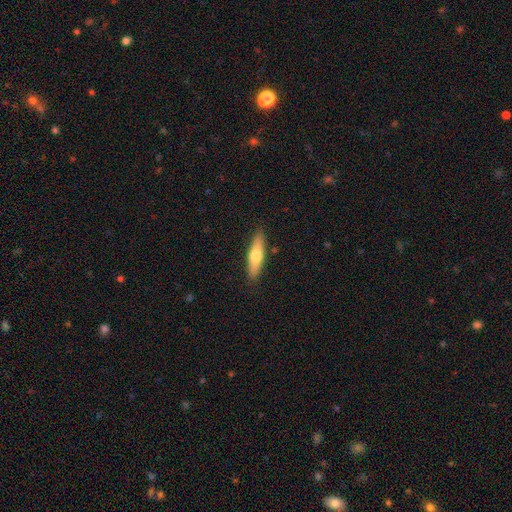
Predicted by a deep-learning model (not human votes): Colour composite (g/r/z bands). It shows a smooth galaxy with no disk features (57%) that is cigar-shaped (67%). Merging: none (88%).